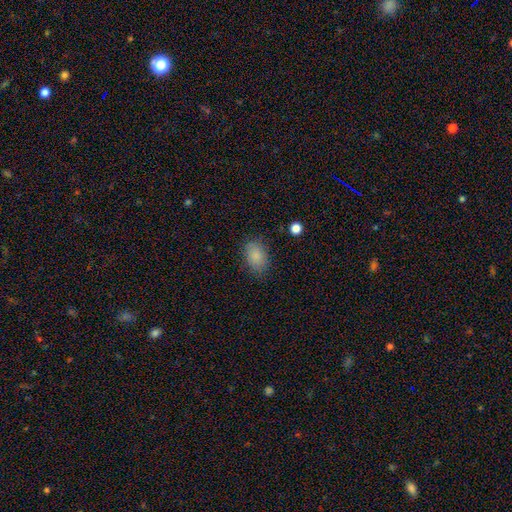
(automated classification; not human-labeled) smooth-or-featured: smooth: 86% | star or artifact: 8% | featured or disk: 6%
  how-rounded: in between: 83% | round: 15% | cigar-shaped: 1%
  merging: none: 81% | minor disturbance: 14% | major disturbance: 4% | merger: 1%